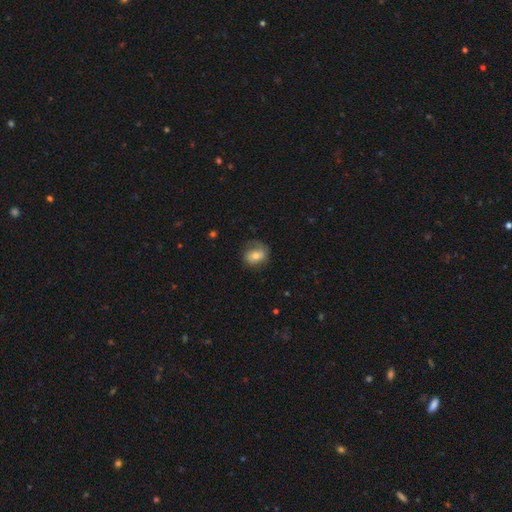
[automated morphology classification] Smooth or featured? Predicted: smooth (p=0.48). Merging? Predicted: none (p=0.59).